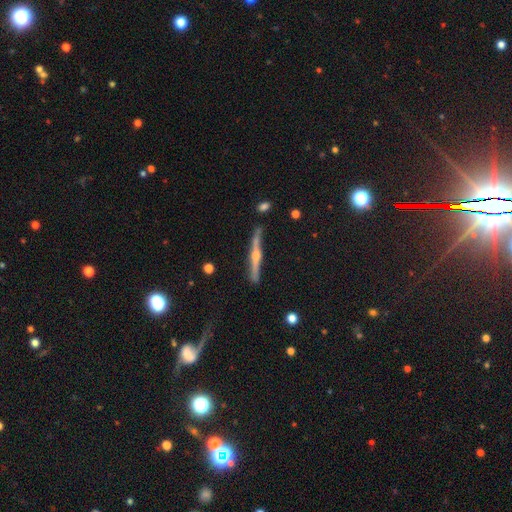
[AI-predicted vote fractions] Q: Smooth or featured?
A: featured or disk (80%); runner-up: smooth (15%)
Q: Edge-on disk?
A: yes (97%); runner-up: no (3%)
Q: Edge-on bulge?
A: rounded (88%); runner-up: none (7%)
Q: Merging?
A: none (85%); runner-up: minor disturbance (11%)